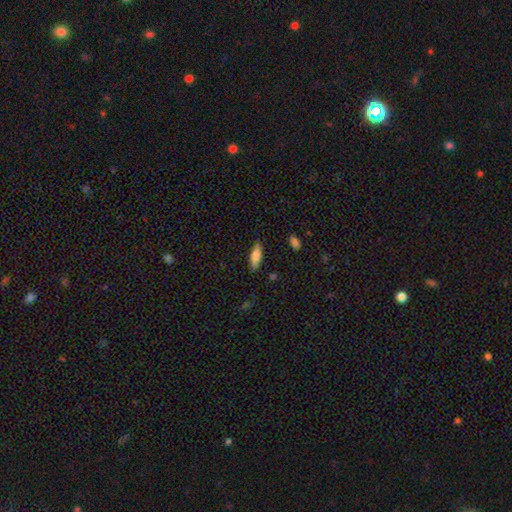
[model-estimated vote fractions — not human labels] smooth_or_featured: smooth (p=0.77) [alt: featured or disk p=0.16]
how_rounded: in between (p=0.61) [alt: cigar-shaped p=0.37]
merging: none (p=0.84) [alt: minor disturbance p=0.12]